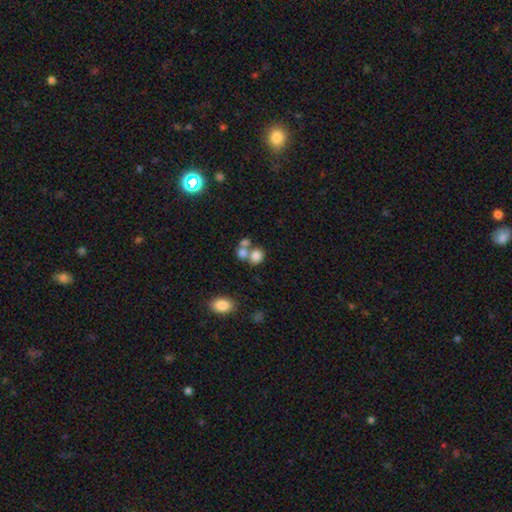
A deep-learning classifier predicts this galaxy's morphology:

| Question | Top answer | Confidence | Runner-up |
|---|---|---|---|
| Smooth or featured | smooth | 77% | featured or disk (12%) |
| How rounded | round | 65% | in between (34%) |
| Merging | merger | 47% | none (40%) |